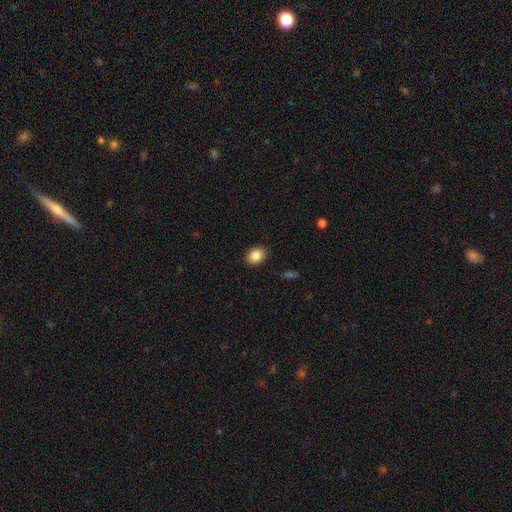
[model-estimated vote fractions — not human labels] The model was most divided on "how rounded": in between: 53%, round: 46%, cigar-shaped: 1%. More confident: merging — none (89%); smooth or featured — smooth (86%).